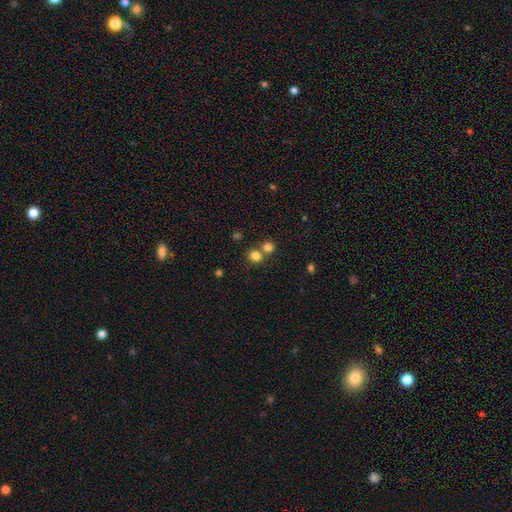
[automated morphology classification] smooth_or_featured: smooth (p=0.79) [alt: star or artifact p=0.14]
how_rounded: round (p=0.88) [alt: in between p=0.11]
merging: none (p=0.58) [alt: merger p=0.34]